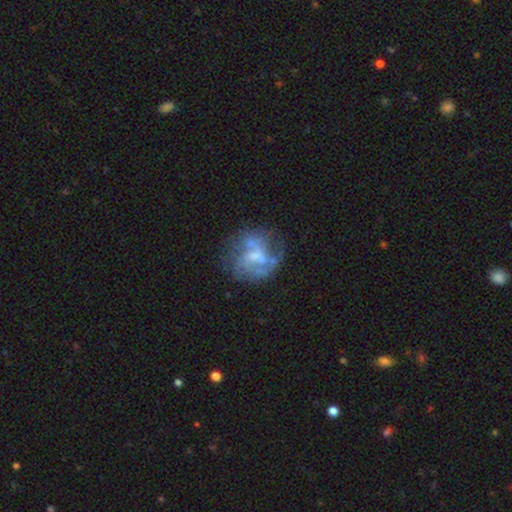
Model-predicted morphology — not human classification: featured or disk 70%, smooth 21%, star or artifact 9%. Down the decision tree: edge-on disk — no (98%); bar — no (52%); spiral arms — yes (61%); bulge size — small (36%); merging — none (51%).